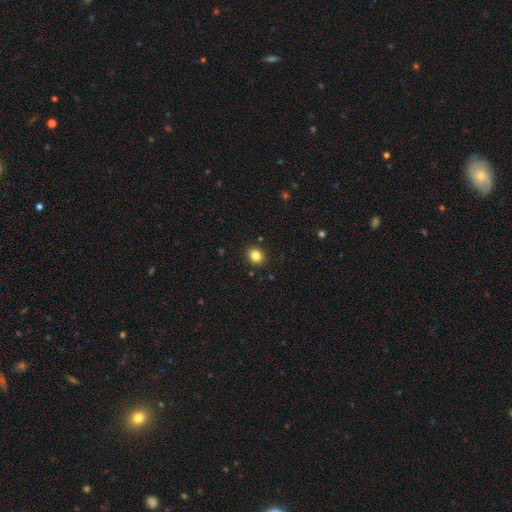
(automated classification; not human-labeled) Q: Smooth or featured?
A: smooth (84%); runner-up: star or artifact (11%)
Q: How rounded?
A: round (72%); runner-up: in between (28%)
Q: Merging?
A: none (91%); runner-up: minor disturbance (6%)